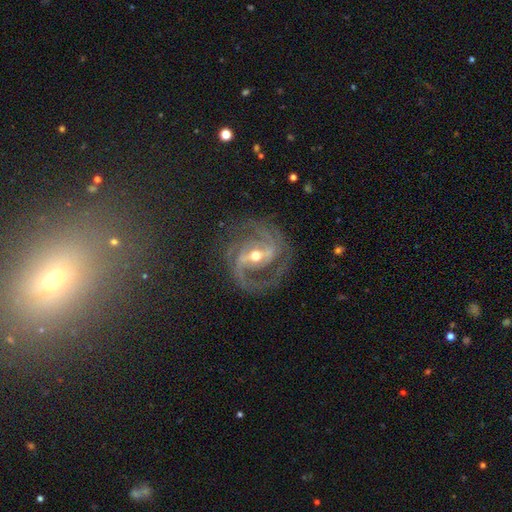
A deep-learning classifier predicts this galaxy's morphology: Smooth or featured? featured or disk (91%)
Edge-on disk? no (97%)
Bar? strong (50%)
Spiral arms? yes (97%)
Spiral winding? medium (48%)
Spiral arm count? 2 (57%)
Bulge size? moderate (67%)
Merging? none (75%)